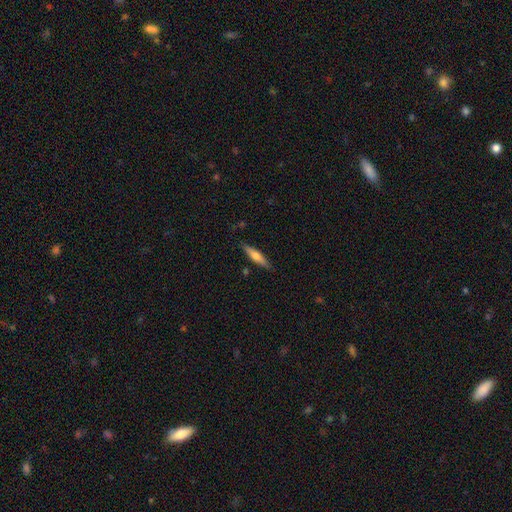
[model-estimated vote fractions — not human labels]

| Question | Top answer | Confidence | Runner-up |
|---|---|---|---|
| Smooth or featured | smooth | 55% | featured or disk (39%) |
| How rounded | cigar-shaped | 82% | in between (16%) |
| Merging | none | 85% | minor disturbance (11%) |